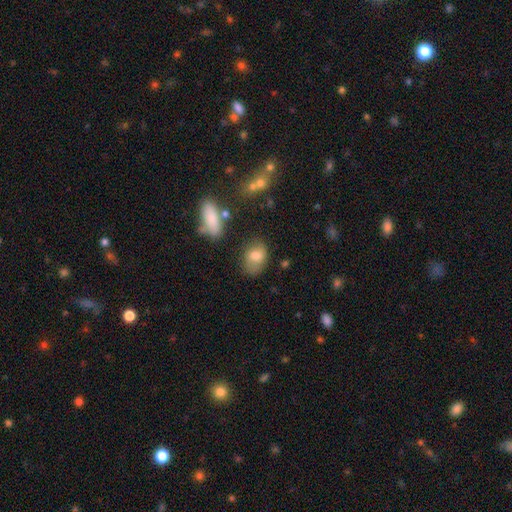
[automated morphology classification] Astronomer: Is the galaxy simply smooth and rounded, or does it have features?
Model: smooth — 75%.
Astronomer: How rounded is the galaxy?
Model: in between — 78%.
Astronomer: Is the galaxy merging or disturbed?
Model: none — 60%.